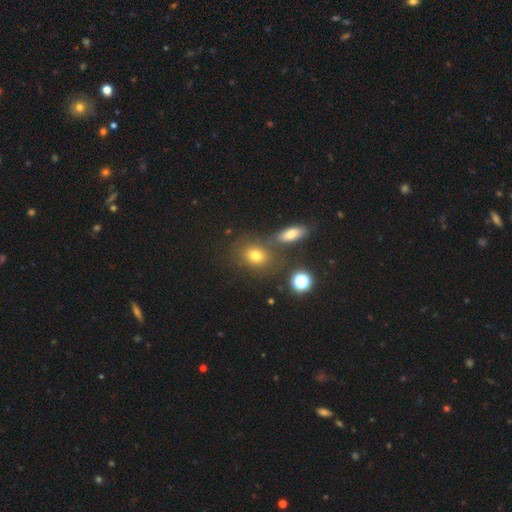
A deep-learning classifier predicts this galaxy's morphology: Smooth or featured: smooth — 71% (star or artifact — 16%)
How rounded: in between — 52% (round — 46%)
Merging: none — 65% (merger — 18%)